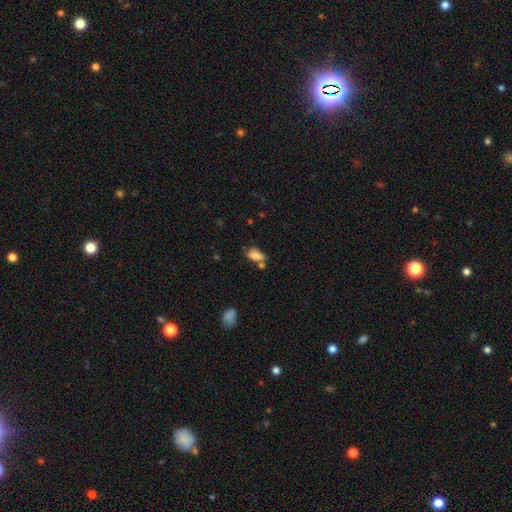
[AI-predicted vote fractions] Smooth or featured?
  - smooth: 76% *
  - featured or disk: 14%
  - star or artifact: 10%
How rounded?
  - in between: 87% *
  - cigar-shaped: 7%
  - round: 6%
Merging?
  - none: 49% *
  - minor disturbance: 22%
  - merger: 22%
  - major disturbance: 7%